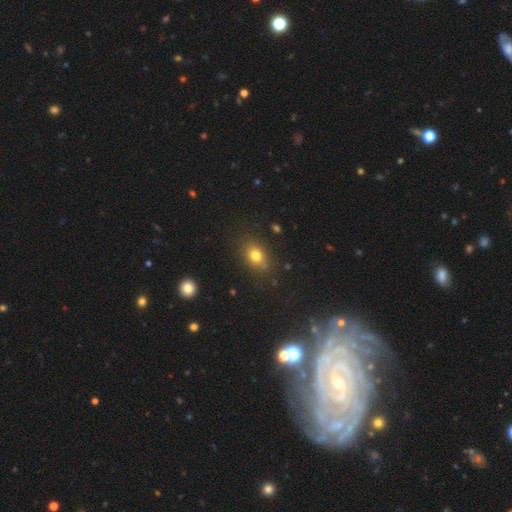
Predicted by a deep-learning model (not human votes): Smooth or featured? smooth (77%)
How rounded? in between (57%)
Merging? none (77%)